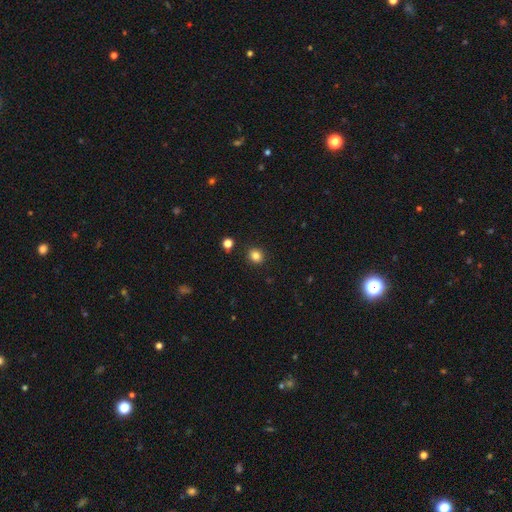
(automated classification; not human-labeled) This is clearly a smooth galaxy (83%). How rounded: clearly round (86%). Merging: clearly none (90%).